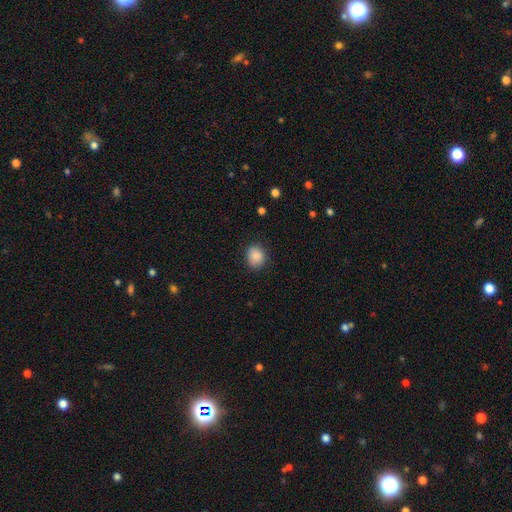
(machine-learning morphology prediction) Smooth or featured?
  - smooth: 87% *
  - star or artifact: 9%
  - featured or disk: 4%
How rounded?
  - round: 64% *
  - in between: 35%
  - cigar-shaped: 1%
Merging?
  - none: 83% *
  - minor disturbance: 13%
  - major disturbance: 3%
  - merger: 1%